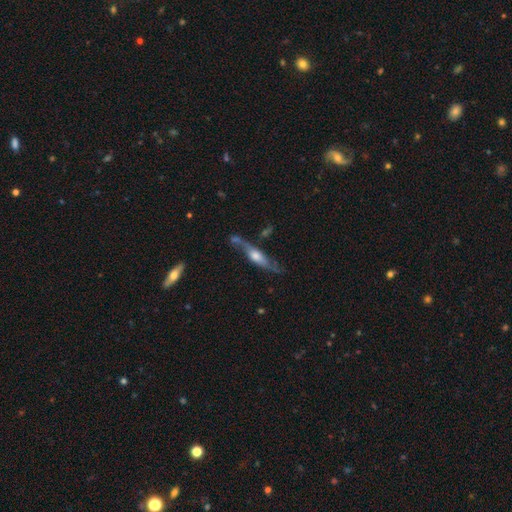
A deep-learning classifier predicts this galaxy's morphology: Smooth or featured: featured or disk — 71% (smooth — 22%)
Edge-on disk: yes — 68% (no — 32%)
Merging: none — 56% (minor disturbance — 22%)